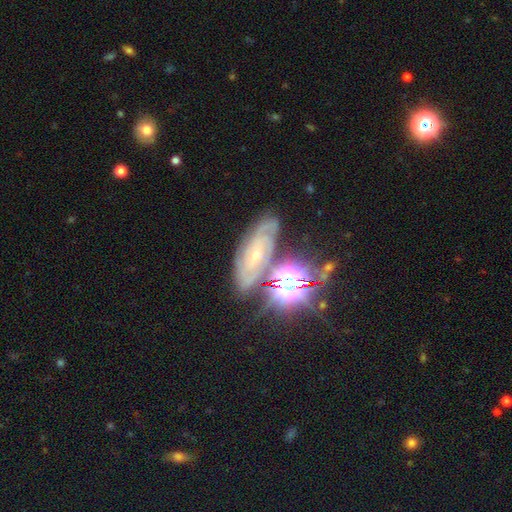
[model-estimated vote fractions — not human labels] Morphology: type=featured or disk (59%); edge-on=no (90%); bar=no (56%); spiral arms=yes (92%); bulge=small (76%); merging=none (69%).